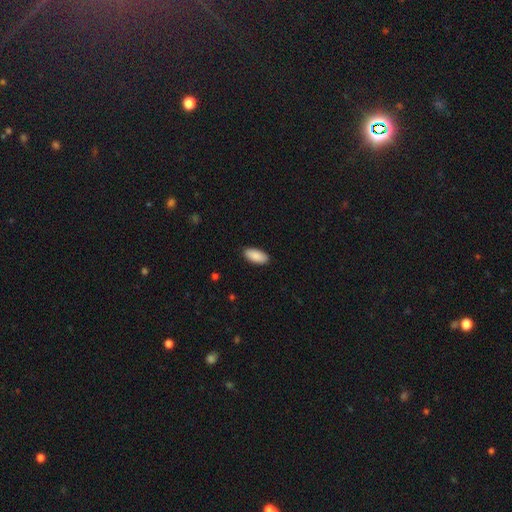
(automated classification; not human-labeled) This is clearly a smooth galaxy (91%). How rounded: clearly in between (92%). Merging: clearly none (89%).